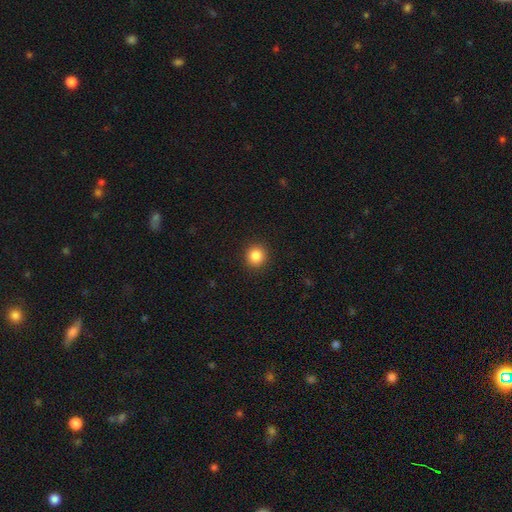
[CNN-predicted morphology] A smooth galaxy with no disk features (87%) that is round (92%). Merging: none (92%).